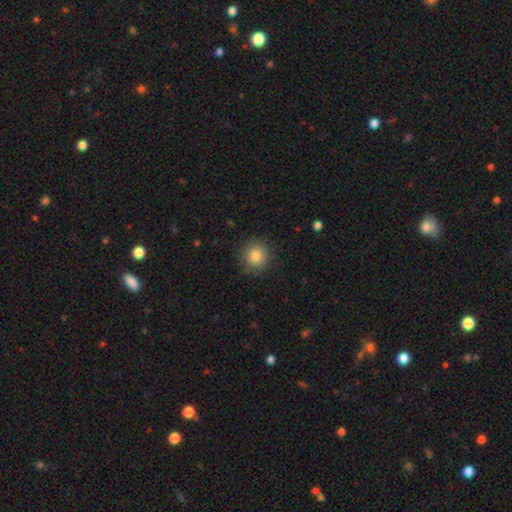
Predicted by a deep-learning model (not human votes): A smooth galaxy with no disk features (85%) that is round (91%). Merging: none (87%).